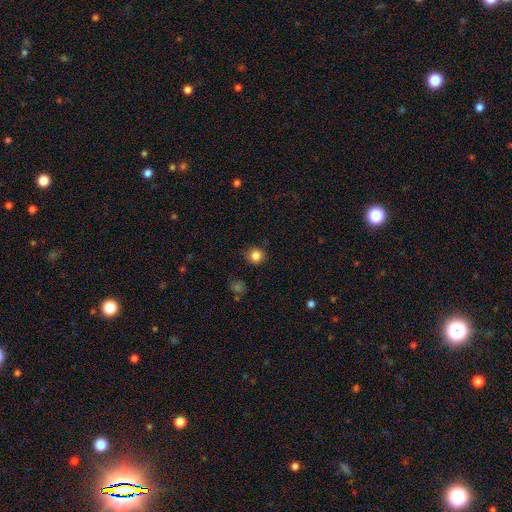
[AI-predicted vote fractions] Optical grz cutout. It shows a smooth galaxy with no disk features (84%) that is round (92%). Merging: none (87%).